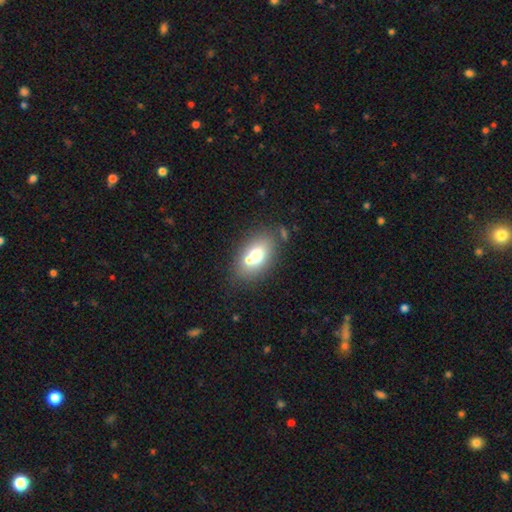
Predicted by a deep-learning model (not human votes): This is likely a smooth galaxy (68%). How rounded: clearly in between (83%). Merging: likely none (60%).